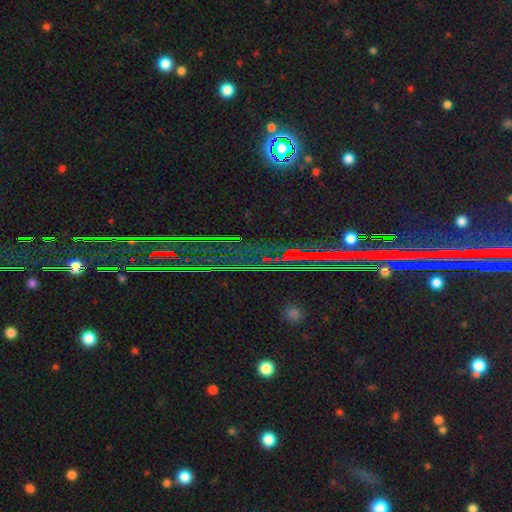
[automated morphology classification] This is clearly a star or artifact rather than a galaxy (84%).